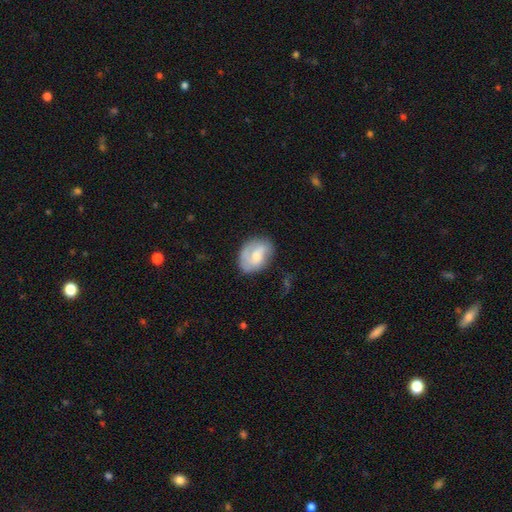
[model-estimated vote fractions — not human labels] This is possibly a featured or disk galaxy (49%). Merging: likely none (64%).